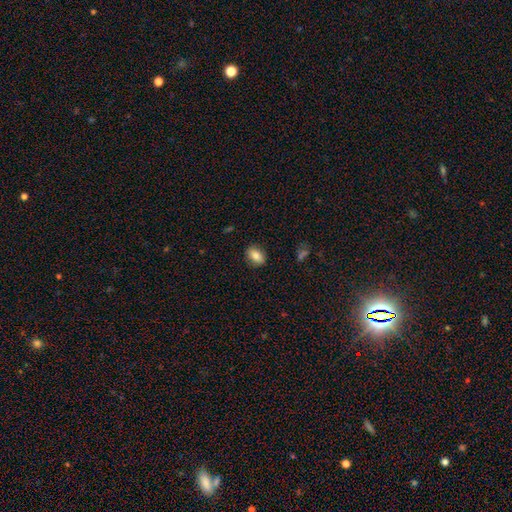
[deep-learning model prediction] smooth 79%, featured or disk 13%, star or artifact 8%. Down the decision tree: how rounded — in between (77%); merging — none (85%).